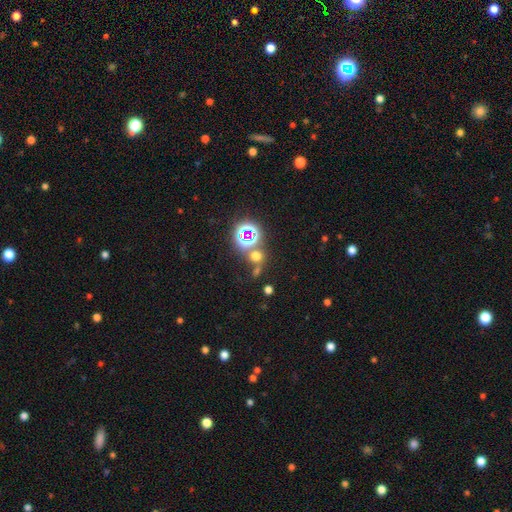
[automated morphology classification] A smooth galaxy with no disk features (49%). Merging: none (61%).